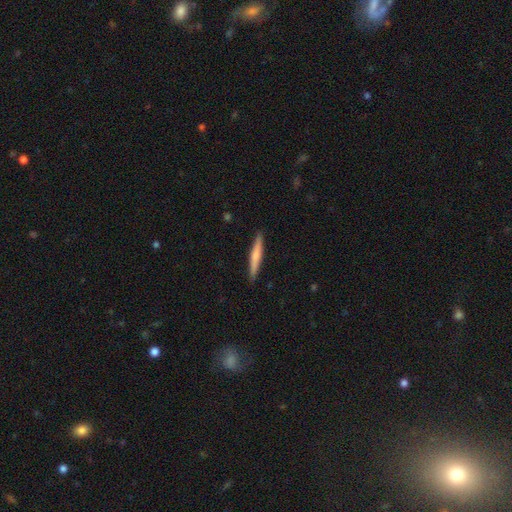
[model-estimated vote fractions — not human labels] This is possibly a smooth galaxy (60%). How rounded: clearly cigar-shaped (95%). Merging: clearly none (91%).